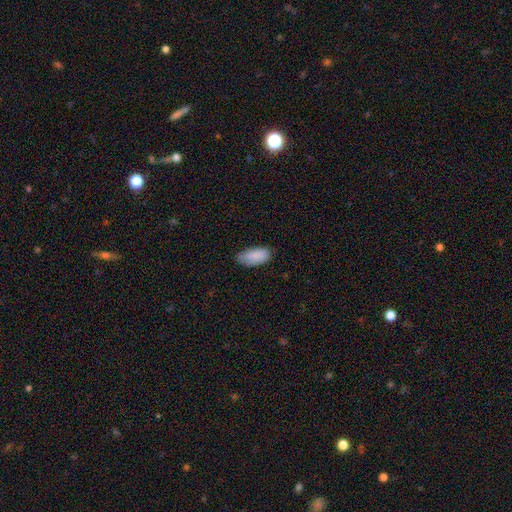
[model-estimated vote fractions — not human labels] Smooth or featured: smooth — 88% (star or artifact — 6%)
How rounded: in between — 90% (cigar-shaped — 8%)
Merging: none — 73% (minor disturbance — 23%)